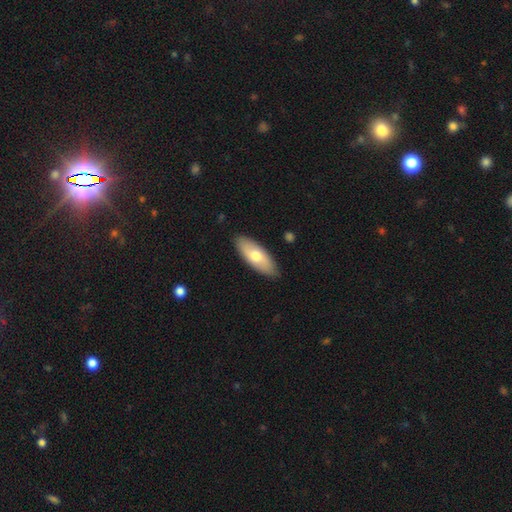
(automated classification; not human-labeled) A smooth galaxy with no disk features (66%) that is in between round and cigar-shaped (79%). Merging: none (88%).